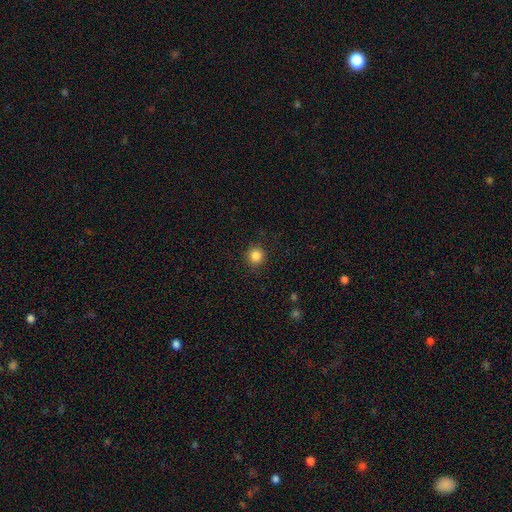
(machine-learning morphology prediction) Q: Smooth or featured?
A: smooth (86%); runner-up: star or artifact (11%)
Q: How rounded?
A: round (94%); runner-up: in between (5%)
Q: Merging?
A: none (90%); runner-up: minor disturbance (6%)